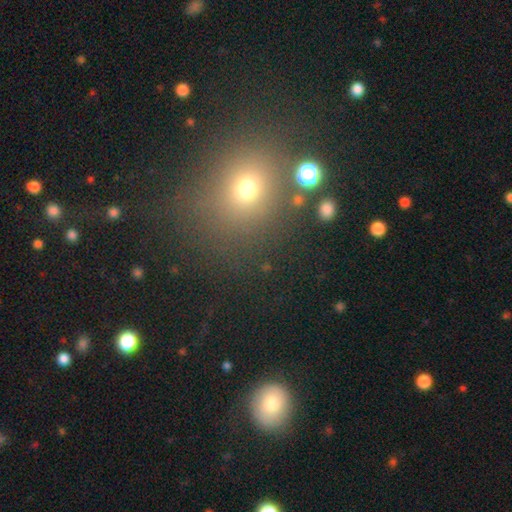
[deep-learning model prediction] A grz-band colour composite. It shows a smooth galaxy with no disk features (55%) that is round (79%). Merging: none (83%).